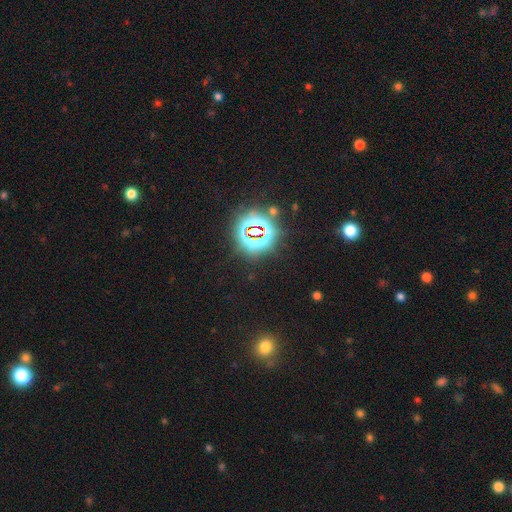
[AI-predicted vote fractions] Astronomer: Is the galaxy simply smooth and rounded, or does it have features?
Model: star or artifact — 79%.